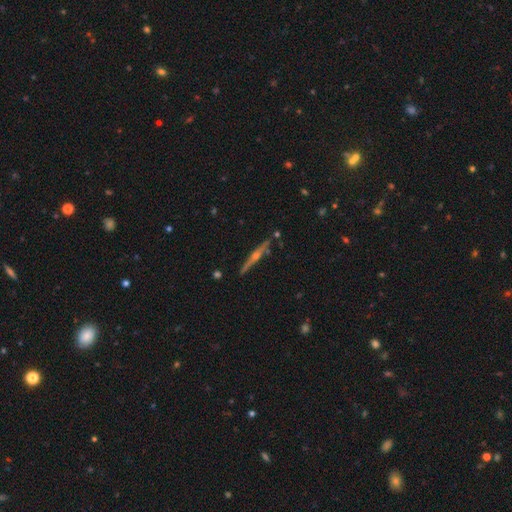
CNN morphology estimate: smooth_or_featured: featured or disk (p=0.79) [alt: smooth p=0.14]
disk_edge_on: yes (p=0.97) [alt: no p=0.03]
edge_on_bulge: rounded (p=0.86) [alt: none p=0.09]
merging: none (p=0.85) [alt: minor disturbance p=0.10]